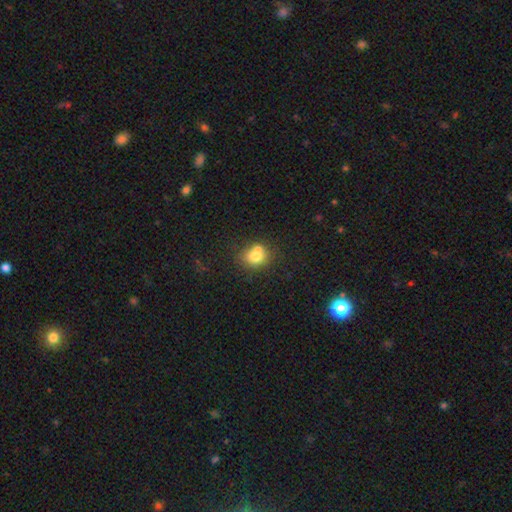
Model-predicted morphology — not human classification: smooth-or-featured: smooth: 75% | featured or disk: 14% | star or artifact: 11%
  how-rounded: round: 68% | in between: 32% | cigar-shaped: 1%
  merging: none: 49% | merger: 34% | minor disturbance: 13% | major disturbance: 4%